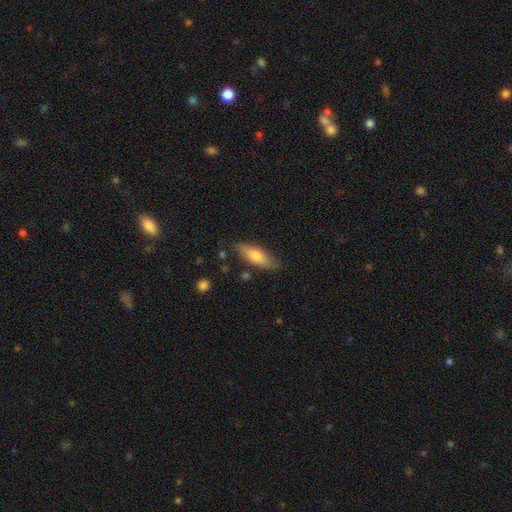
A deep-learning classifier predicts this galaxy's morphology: smooth 69%, featured or disk 25%, star or artifact 6%. Down the decision tree: how rounded — in between (51%); merging — none (80%).